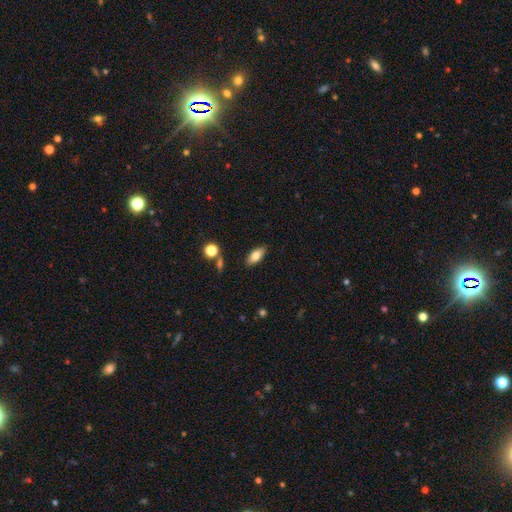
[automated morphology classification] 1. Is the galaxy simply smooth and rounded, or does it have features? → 78% smooth, 14% featured or disk, 8% star or artifact.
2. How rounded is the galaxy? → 87% in between, 10% cigar-shaped, 4% round.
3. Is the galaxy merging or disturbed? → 85% none, 11% minor disturbance, 2% major disturbance, 2% merger.